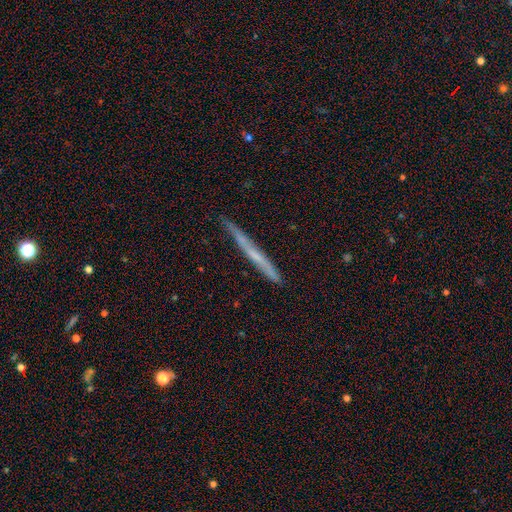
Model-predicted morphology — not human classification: The model was most divided on "smooth or featured": featured or disk: 55%, smooth: 38%, star or artifact: 7%. More confident: edge-on disk — yes (96%); merging — none (83%); edge-on bulge — none (75%).